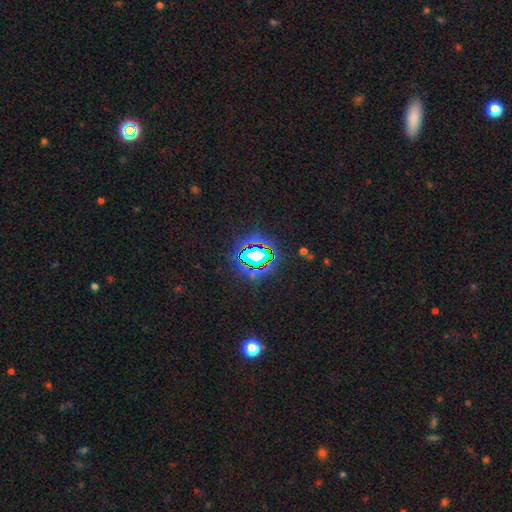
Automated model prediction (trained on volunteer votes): Morphology: type=star or artifact (71%).